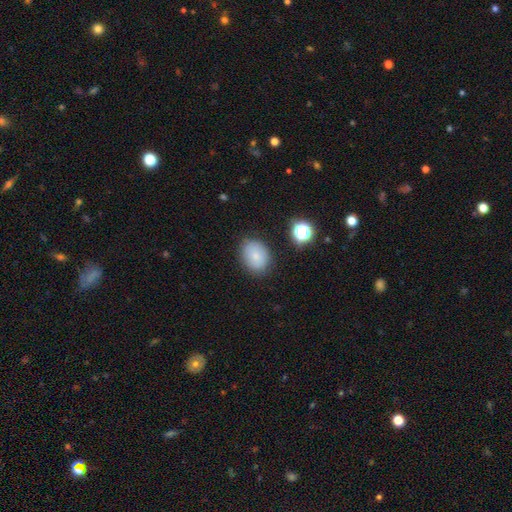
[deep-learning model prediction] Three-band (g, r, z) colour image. It shows a smooth galaxy with no disk features (79%) that is in between round and cigar-shaped (61%). Merging: none (81%).